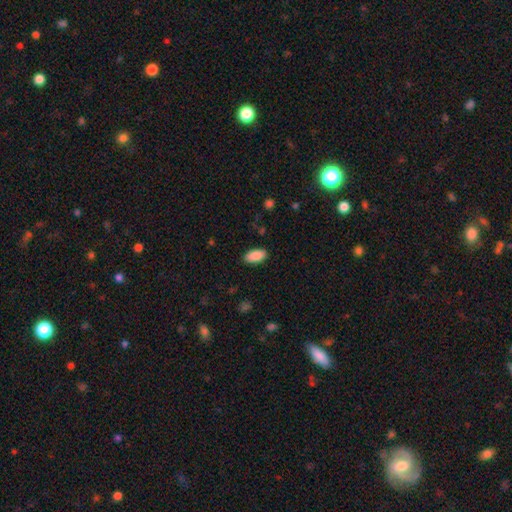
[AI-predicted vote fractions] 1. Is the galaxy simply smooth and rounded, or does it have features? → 89% smooth, 7% star or artifact, 4% featured or disk.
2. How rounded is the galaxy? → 92% in between, 6% cigar-shaped, 2% round.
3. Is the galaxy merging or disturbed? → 87% none, 10% minor disturbance, 2% major disturbance, 1% merger.